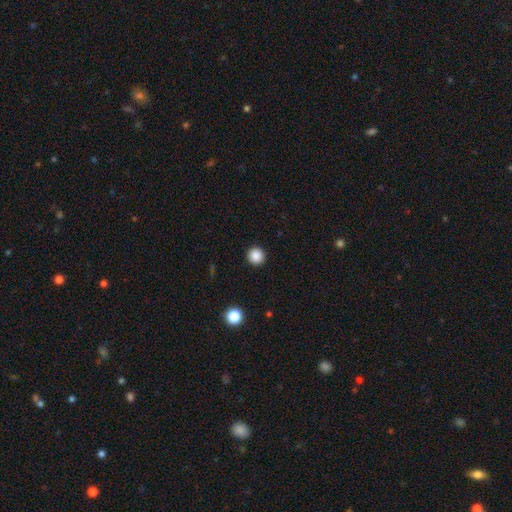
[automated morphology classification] Overall: smooth (87%). How rounded: round (96%). Merging: none (93%).